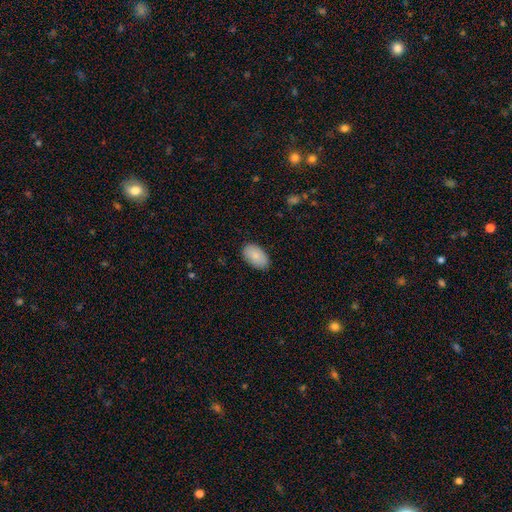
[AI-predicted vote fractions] smooth 85%, featured or disk 9%, star or artifact 6%. Down the decision tree: how rounded — in between (93%); merging — none (85%).